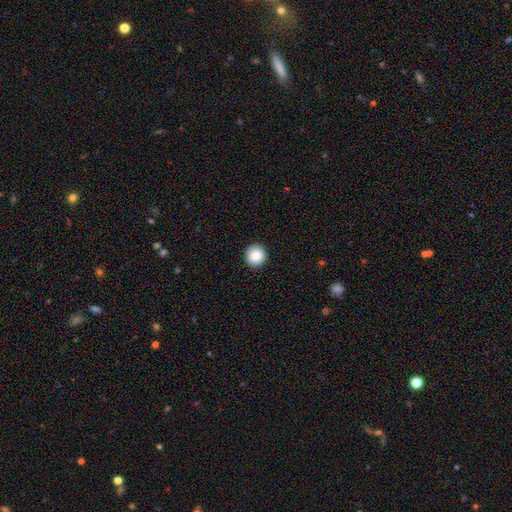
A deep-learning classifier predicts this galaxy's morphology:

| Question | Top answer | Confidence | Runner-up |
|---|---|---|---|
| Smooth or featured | smooth | 86% | star or artifact (8%) |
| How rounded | round | 93% | in between (6%) |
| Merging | none | 92% | minor disturbance (5%) |